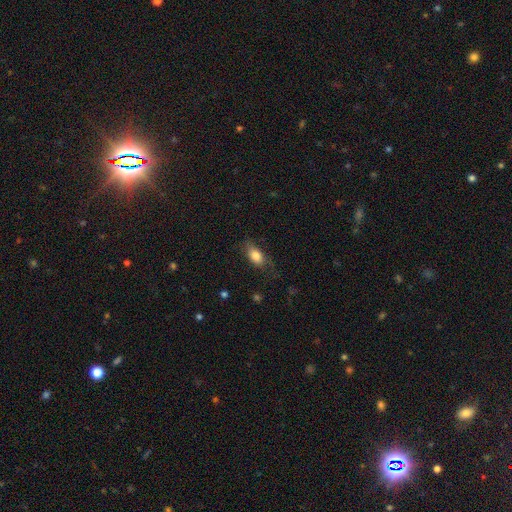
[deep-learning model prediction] A smooth galaxy with no disk features (81%) that is in between round and cigar-shaped (86%). Merging: none (63%).